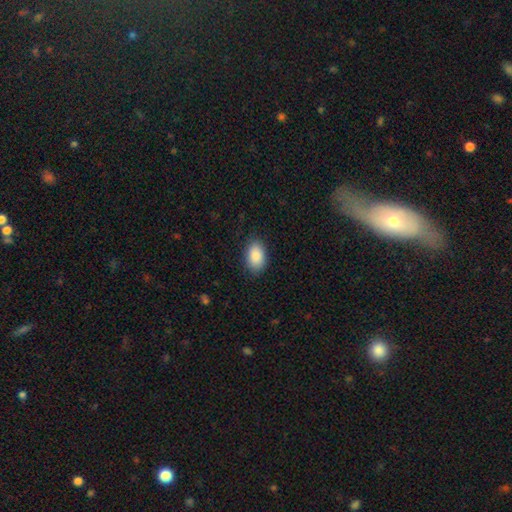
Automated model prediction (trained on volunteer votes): Smooth or featured? Predicted: smooth (p=0.88). How rounded? Predicted: in between (p=0.90). Merging? Predicted: none (p=0.86).